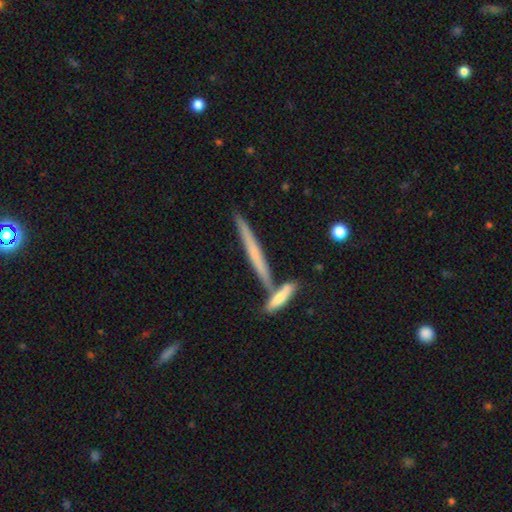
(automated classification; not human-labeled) Smooth or featured: featured or disk — 55% (smooth — 37%)
Edge-on disk: yes — 96% (no — 4%)
Edge-on bulge: none — 64% (rounded — 28%)
Merging: none — 75% (merger — 15%)